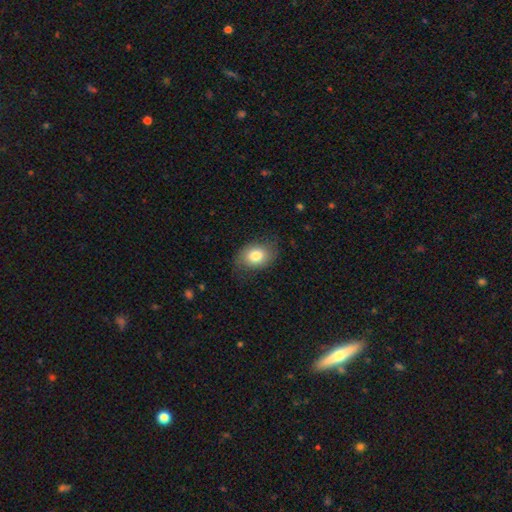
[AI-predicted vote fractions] smooth_or_featured: smooth (p=0.78) [alt: featured or disk p=0.15]
how_rounded: in between (p=0.75) [alt: round p=0.24]
merging: none (p=0.72) [alt: minor disturbance p=0.21]